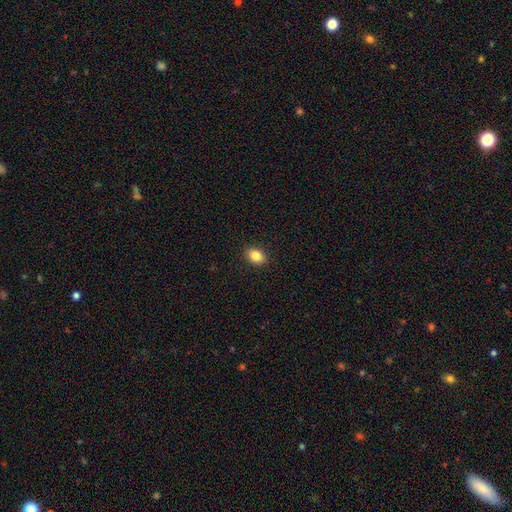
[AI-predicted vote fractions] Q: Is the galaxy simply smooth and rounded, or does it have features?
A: smooth — 85%.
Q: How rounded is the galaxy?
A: in between — 77%.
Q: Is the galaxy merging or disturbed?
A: none — 90%.